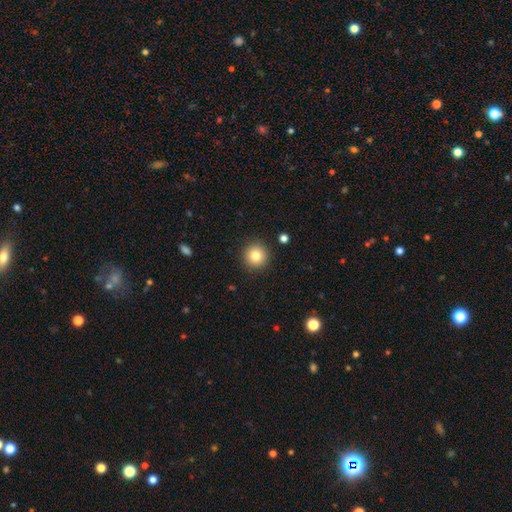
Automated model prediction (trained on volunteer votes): Morphology: type=smooth (82%); roundness=round (95%); merging=none (90%).